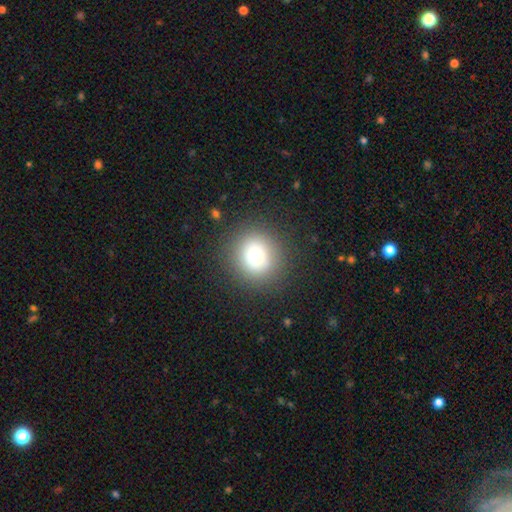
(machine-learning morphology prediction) Overall: smooth (70%). How rounded: round (93%). Merging: none (88%).